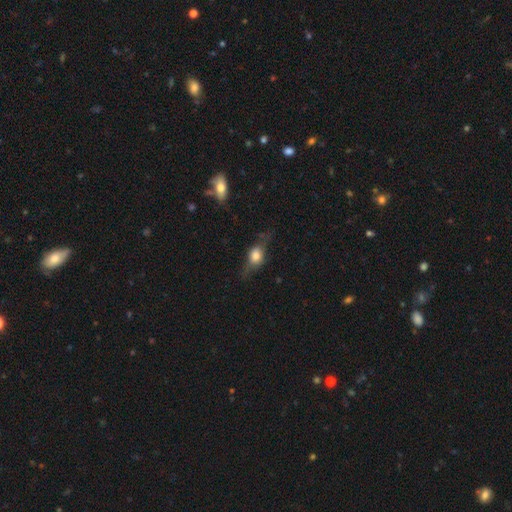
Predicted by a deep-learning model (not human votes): smooth-or-featured: smooth: 54% | featured or disk: 37% | star or artifact: 9%
  how-rounded: in between: 57% | round: 32% | cigar-shaped: 12%
  merging: none: 59% | minor disturbance: 25% | major disturbance: 15% | merger: 2%